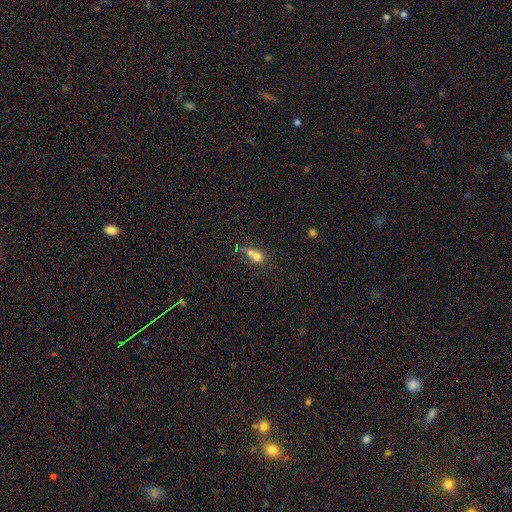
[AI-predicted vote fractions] smooth-or-featured: smooth: 69% | featured or disk: 19% | star or artifact: 12%
  how-rounded: round: 60% | in between: 37% | cigar-shaped: 3%
  merging: merger: 63% | none: 23% | minor disturbance: 8% | major disturbance: 6%